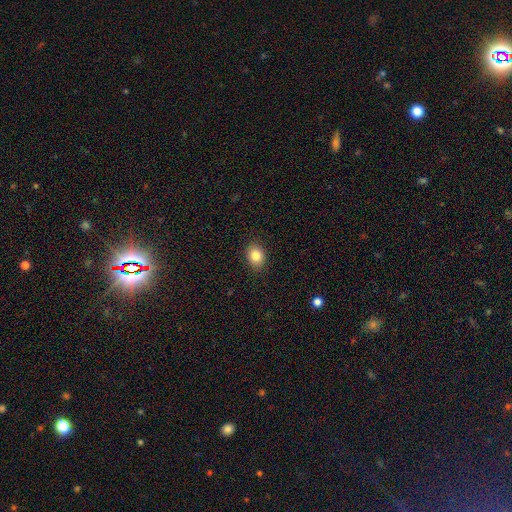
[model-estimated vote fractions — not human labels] Smooth or featured?
  - smooth: 84% *
  - star or artifact: 9%
  - featured or disk: 7%
How rounded?
  - in between: 56% *
  - round: 43%
  - cigar-shaped: 1%
Merging?
  - none: 89% *
  - minor disturbance: 8%
  - major disturbance: 2%
  - merger: 1%